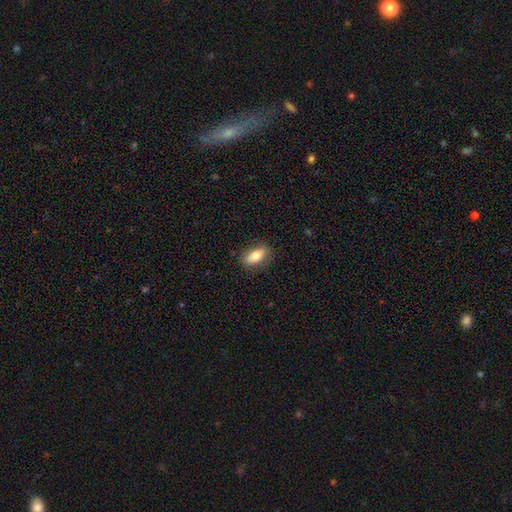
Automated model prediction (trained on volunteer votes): smooth_or_featured: smooth (p=0.76) [alt: featured or disk p=0.18]
how_rounded: in between (p=0.83) [alt: cigar-shaped p=0.12]
merging: none (p=0.83) [alt: minor disturbance p=0.13]